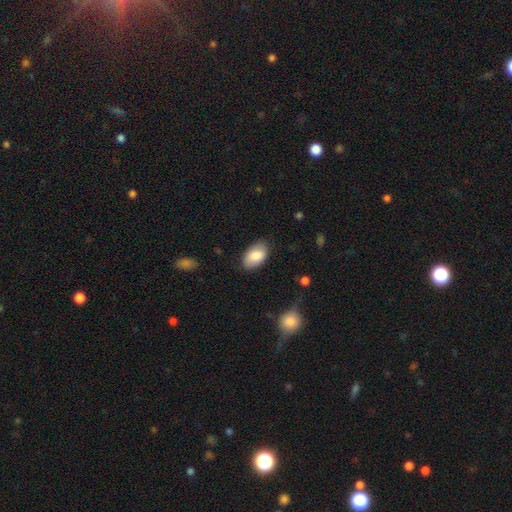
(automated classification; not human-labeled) Q: Smooth or featured?
A: smooth (85%); runner-up: featured or disk (8%)
Q: How rounded?
A: in between (94%); runner-up: round (5%)
Q: Merging?
A: none (82%); runner-up: minor disturbance (14%)